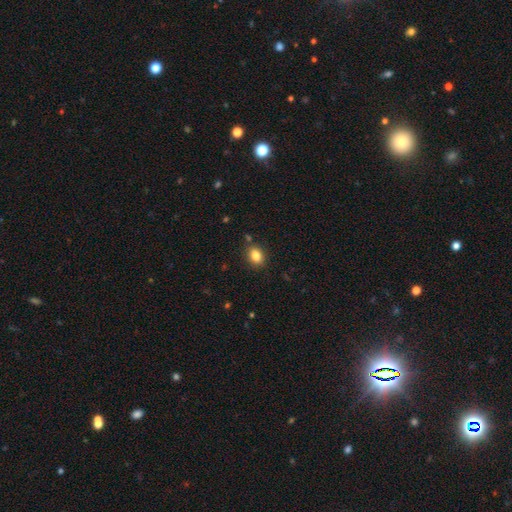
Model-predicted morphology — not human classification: The model was most divided on "how rounded": in between: 70%, round: 28%, cigar-shaped: 1%. More confident: smooth or featured — smooth (84%); merging — none (84%).